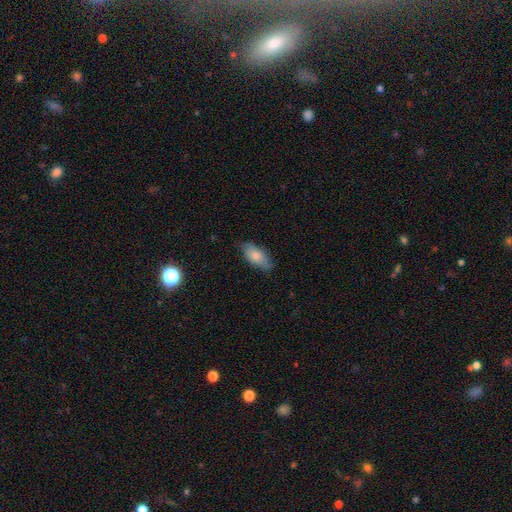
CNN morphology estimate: type=smooth (77%); roundness=in between (89%); merging=none (74%).